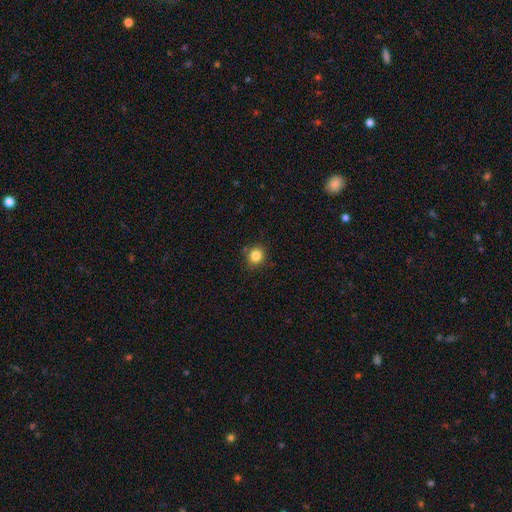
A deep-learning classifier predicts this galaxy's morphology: smooth-or-featured: smooth: 84% | star or artifact: 12% | featured or disk: 5%
  how-rounded: round: 87% | in between: 12% | cigar-shaped: 1%
  merging: none: 84% | minor disturbance: 11% | merger: 3% | major disturbance: 3%